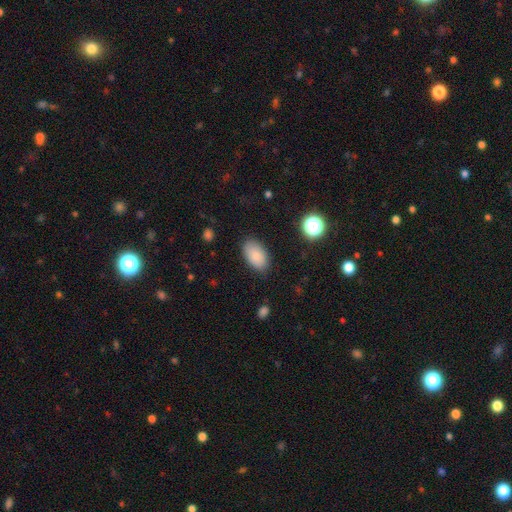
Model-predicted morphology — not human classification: Smooth or featured?
  - smooth: 83% *
  - featured or disk: 9%
  - star or artifact: 8%
How rounded?
  - in between: 93% *
  - round: 6%
  - cigar-shaped: 1%
Merging?
  - none: 84% *
  - minor disturbance: 11%
  - major disturbance: 3%
  - merger: 1%